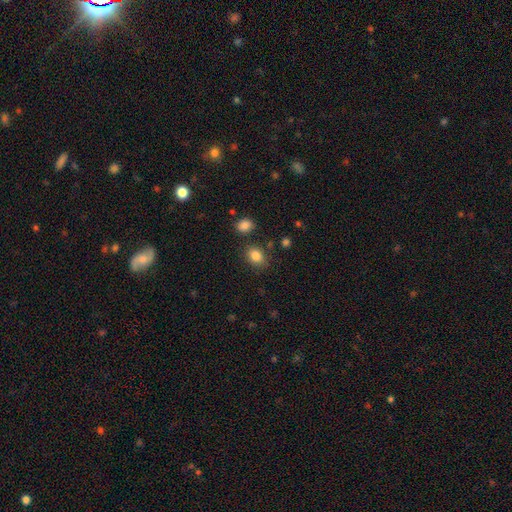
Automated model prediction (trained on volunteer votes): A smooth galaxy with no disk features (85%) that is in between round and cigar-shaped (57%). Merging: none (80%).